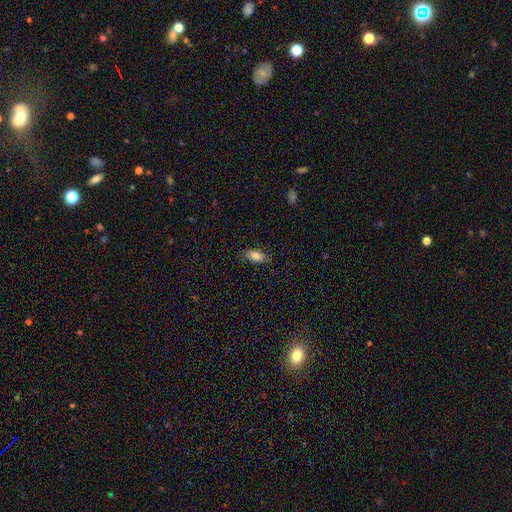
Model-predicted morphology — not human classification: Smooth or featured?
  - smooth: 81% *
  - featured or disk: 11%
  - star or artifact: 8%
How rounded?
  - in between: 87% *
  - cigar-shaped: 10%
  - round: 4%
Merging?
  - none: 80% *
  - minor disturbance: 16%
  - major disturbance: 3%
  - merger: 1%